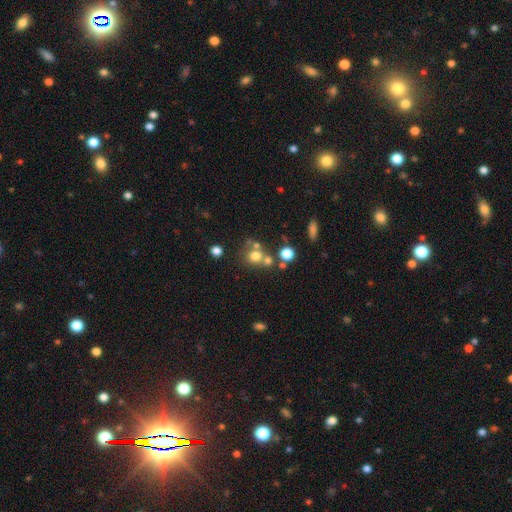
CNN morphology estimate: smooth-or-featured: smooth: 68% | star or artifact: 17% | featured or disk: 14%
  how-rounded: round: 83% | in between: 16% | cigar-shaped: 1%
  merging: none: 50% | merger: 35% | minor disturbance: 9% | major disturbance: 6%